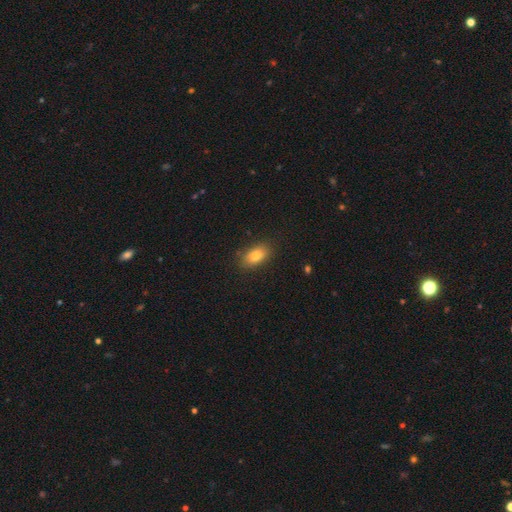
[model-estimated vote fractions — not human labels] Q: Smooth or featured?
A: smooth (82%); runner-up: featured or disk (10%)
Q: How rounded?
A: in between (88%); runner-up: round (7%)
Q: Merging?
A: none (84%); runner-up: minor disturbance (12%)